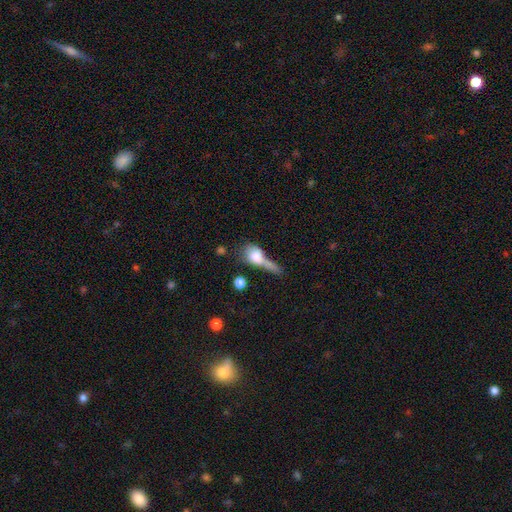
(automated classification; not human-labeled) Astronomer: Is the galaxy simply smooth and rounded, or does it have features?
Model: smooth — 70%.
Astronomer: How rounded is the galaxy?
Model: in between — 51% (runner-up: round, 35%).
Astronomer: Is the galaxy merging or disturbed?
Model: merger — 42% (runner-up: major disturbance, 27%).